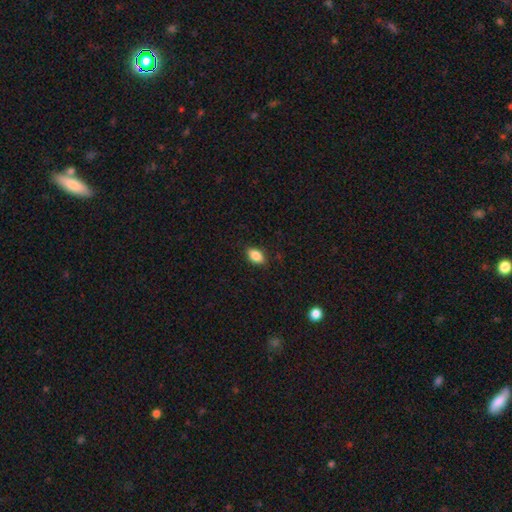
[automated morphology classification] smooth_or_featured: smooth (p=0.86) [alt: star or artifact p=0.08]
how_rounded: in between (p=0.89) [alt: round p=0.08]
merging: none (p=0.87) [alt: minor disturbance p=0.10]